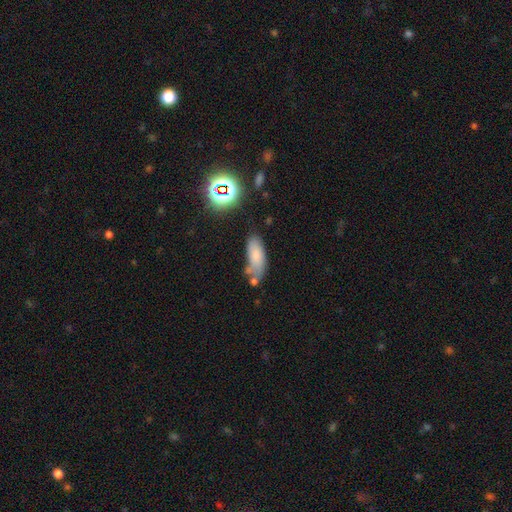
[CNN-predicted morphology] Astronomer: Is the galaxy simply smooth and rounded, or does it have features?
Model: smooth — 74%.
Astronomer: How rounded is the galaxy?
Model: in between — 78%.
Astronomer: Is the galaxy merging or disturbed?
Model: none — 50% (runner-up: minor disturbance, 25%).